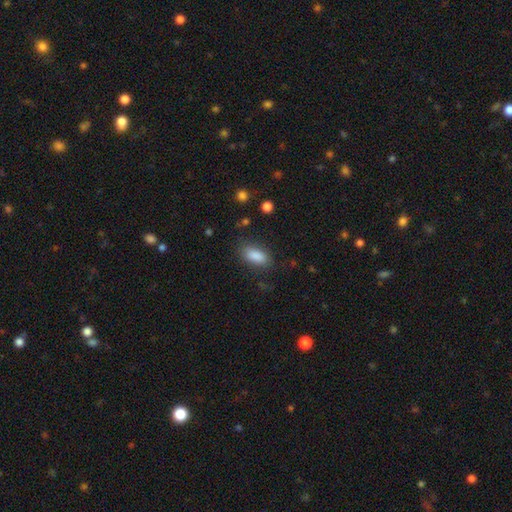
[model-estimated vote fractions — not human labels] A smooth galaxy with no disk features (88%) that is in between round and cigar-shaped (89%).

Vote fractions:
- Smooth or featured? smooth: 88% / star or artifact: 7% / featured or disk: 5%
- How rounded? in between: 89% / cigar-shaped: 8% / round: 3%
- Merging? none: 80% / minor disturbance: 13% / major disturbance: 5% / merger: 2%